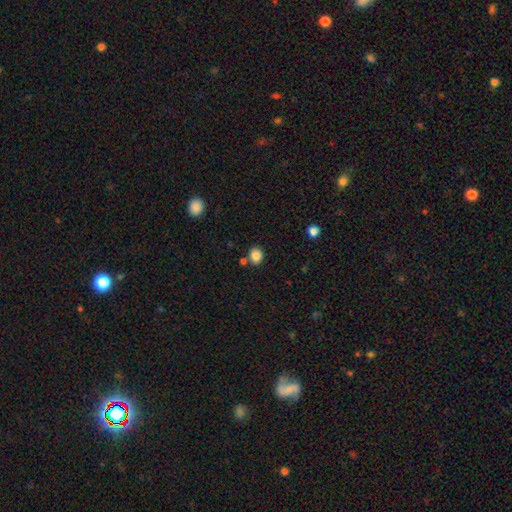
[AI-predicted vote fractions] The model was most divided on "how rounded": round: 66%, in between: 33%, cigar-shaped: 1%. More confident: smooth or featured — smooth (85%); merging — none (76%).